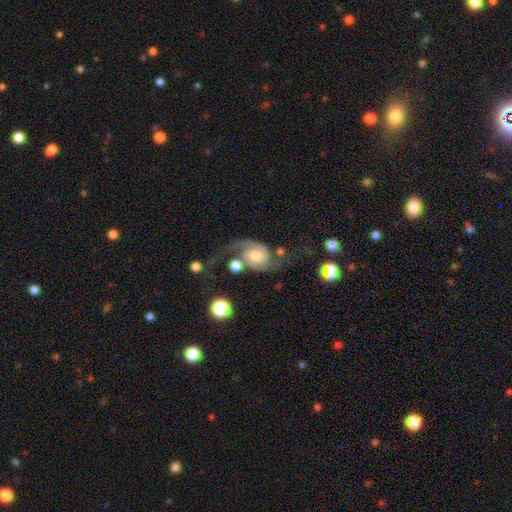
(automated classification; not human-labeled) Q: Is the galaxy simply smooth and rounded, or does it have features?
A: featured or disk — 85%.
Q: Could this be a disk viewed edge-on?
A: no — 98%.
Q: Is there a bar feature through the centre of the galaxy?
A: no — 72%.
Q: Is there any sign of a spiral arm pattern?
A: yes — 97%.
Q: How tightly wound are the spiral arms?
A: loose — 49%.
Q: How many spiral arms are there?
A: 2 — 92%.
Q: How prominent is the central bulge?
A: moderate — 53%.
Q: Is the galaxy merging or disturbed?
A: none — 47%.